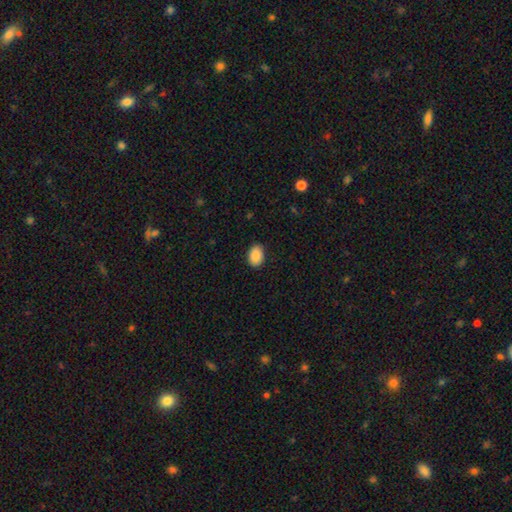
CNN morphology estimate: The model was most divided on "how rounded": in between: 86%, round: 13%, cigar-shaped: 1%. More confident: smooth or featured — smooth (90%); merging — none (89%).